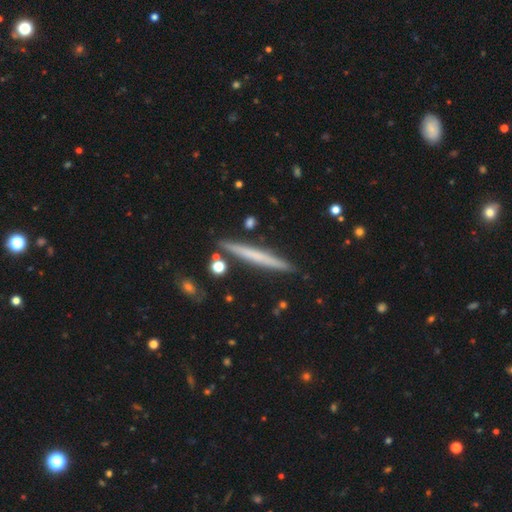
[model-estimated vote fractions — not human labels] This is possibly a smooth galaxy (49%). Merging: clearly none (88%).